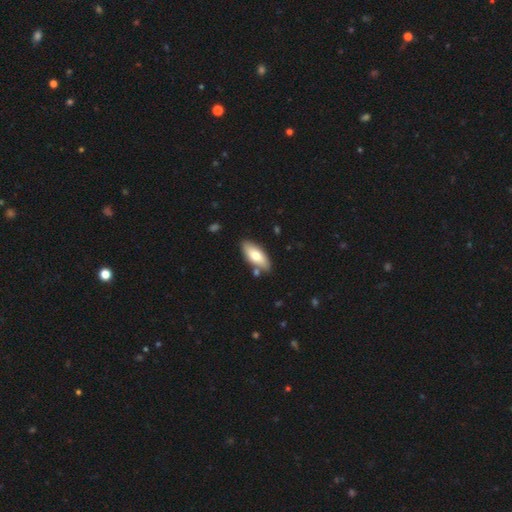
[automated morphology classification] Smooth or featured? smooth (70%)
How rounded? in between (82%)
Merging? none (81%)